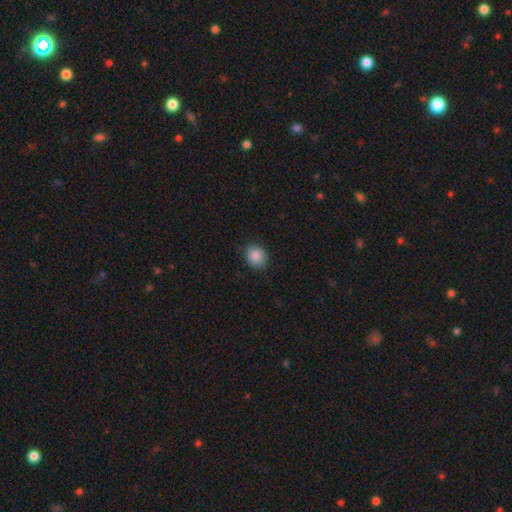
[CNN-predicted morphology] smooth-or-featured: smooth: 88% | star or artifact: 8% | featured or disk: 4%
  how-rounded: round: 62% | in between: 37% | cigar-shaped: 1%
  merging: none: 82% | minor disturbance: 14% | major disturbance: 3% | merger: 1%